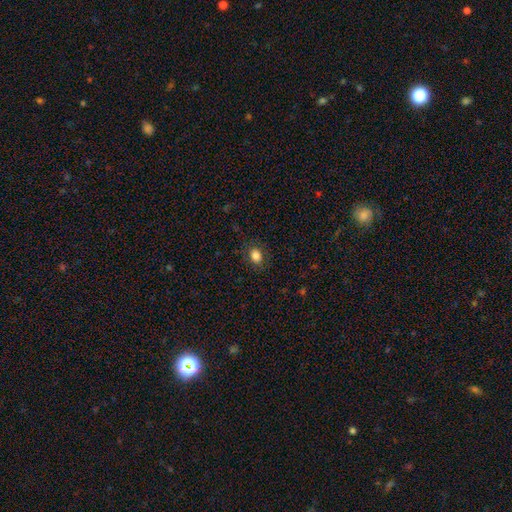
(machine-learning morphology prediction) A smooth galaxy with no disk features (84%) that is in between round and cigar-shaped (58%). Merging: none (85%).